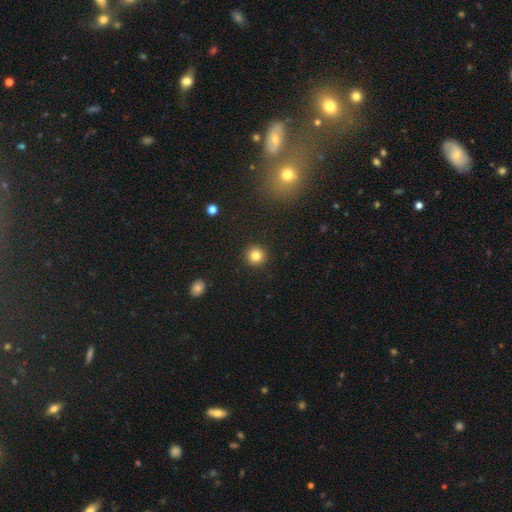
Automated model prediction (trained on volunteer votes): Smooth or featured?
  - smooth: 83% *
  - star or artifact: 11%
  - featured or disk: 6%
How rounded?
  - round: 94% *
  - in between: 5%
  - cigar-shaped: 1%
Merging?
  - none: 92% *
  - minor disturbance: 5%
  - major disturbance: 2%
  - merger: 1%